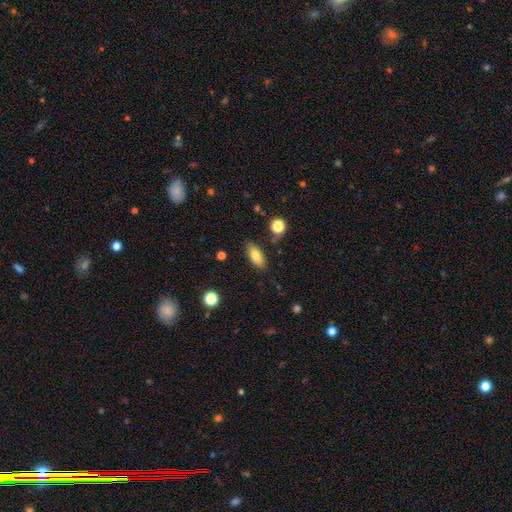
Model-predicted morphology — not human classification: Q: Smooth or featured?
A: smooth (80%); runner-up: featured or disk (12%)
Q: How rounded?
A: in between (84%); runner-up: cigar-shaped (13%)
Q: Merging?
A: none (82%); runner-up: minor disturbance (12%)